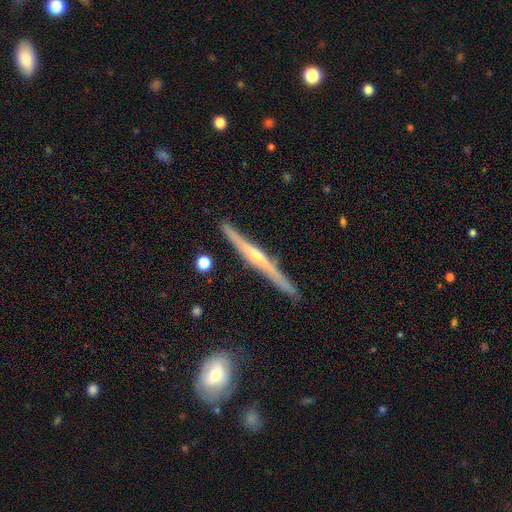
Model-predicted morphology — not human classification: Overall: featured or disk (77%). Edge-on disk: yes (98%). Edge-on bulge: rounded (73%). Merging: none (88%).